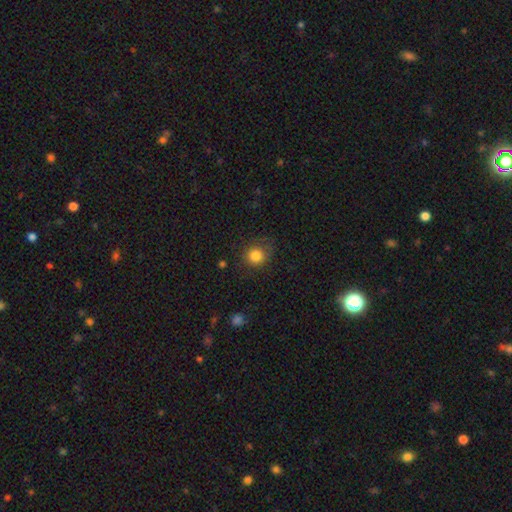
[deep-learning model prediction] Overall: smooth (84%). How rounded: round (83%). Merging: none (73%).